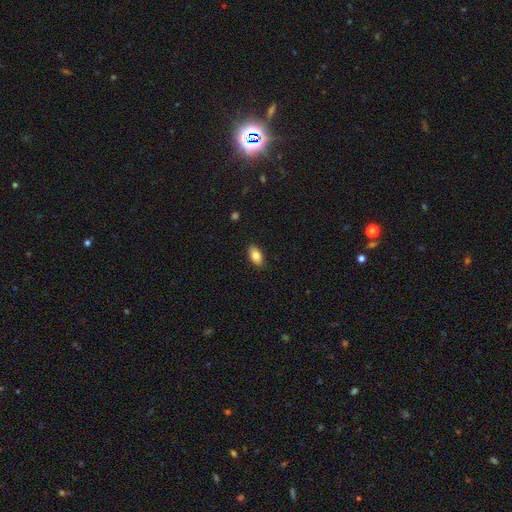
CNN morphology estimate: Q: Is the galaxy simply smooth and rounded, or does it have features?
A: smooth — 85%.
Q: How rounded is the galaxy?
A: in between — 92%.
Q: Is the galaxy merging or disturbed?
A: none — 89%.